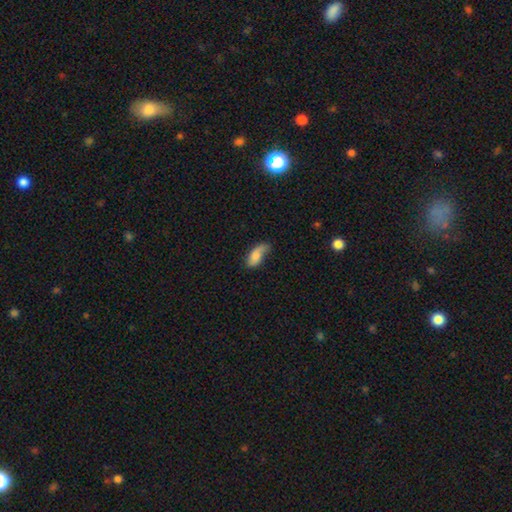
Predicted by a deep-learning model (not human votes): A smooth galaxy with no disk features (75%) that is in between round and cigar-shaped (86%).

Vote fractions:
- Smooth or featured? smooth: 75% / featured or disk: 17% / star or artifact: 8%
- How rounded? in between: 86% / cigar-shaped: 10% / round: 3%
- Merging? none: 39% / minor disturbance: 38% / major disturbance: 19% / merger: 4%